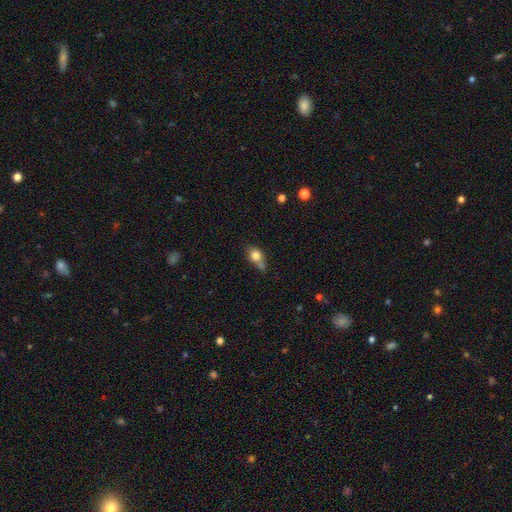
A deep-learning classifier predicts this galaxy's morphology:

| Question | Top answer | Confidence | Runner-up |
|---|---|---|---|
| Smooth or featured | smooth | 77% | featured or disk (13%) |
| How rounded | in between | 51% | round (45%) |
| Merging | none | 39% | minor disturbance (27%) |